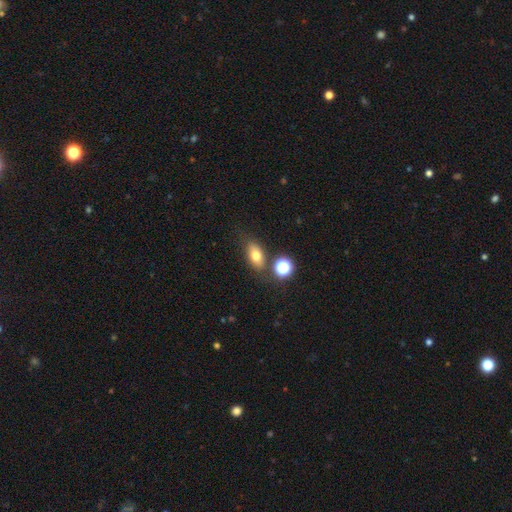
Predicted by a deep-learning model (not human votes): Smooth or featured? Predicted: smooth (p=0.74). How rounded? Predicted: in between (p=0.79). Merging? Predicted: none (p=0.72).